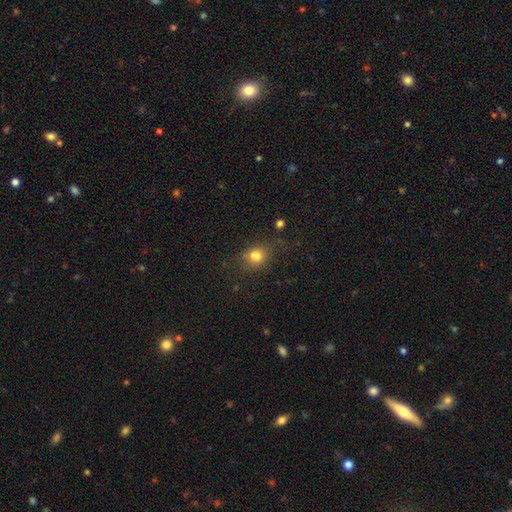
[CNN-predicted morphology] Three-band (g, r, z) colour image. It shows a smooth galaxy with no disk features (78%) that is round (57%). Merging: none (62%).